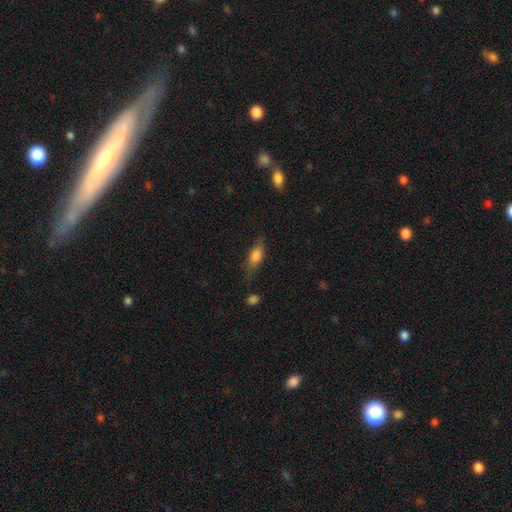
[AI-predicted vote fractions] This appears to be a smooth galaxy with no disk features (68%) that is in between round and cigar-shaped (72%). Merging: none (62%).